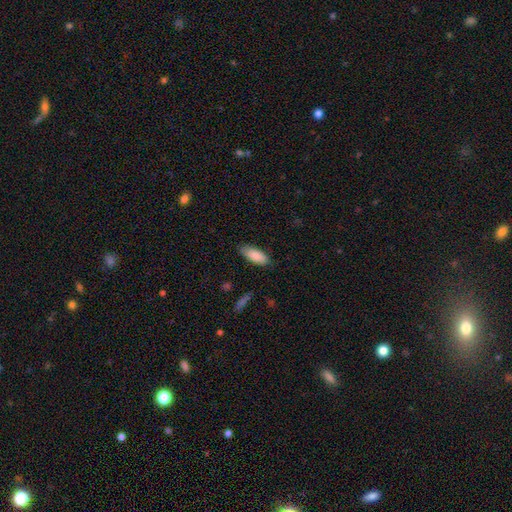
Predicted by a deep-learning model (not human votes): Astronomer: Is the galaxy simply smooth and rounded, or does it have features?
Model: smooth — 87%.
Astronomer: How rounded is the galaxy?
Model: in between — 78%.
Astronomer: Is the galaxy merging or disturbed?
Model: none — 82%.